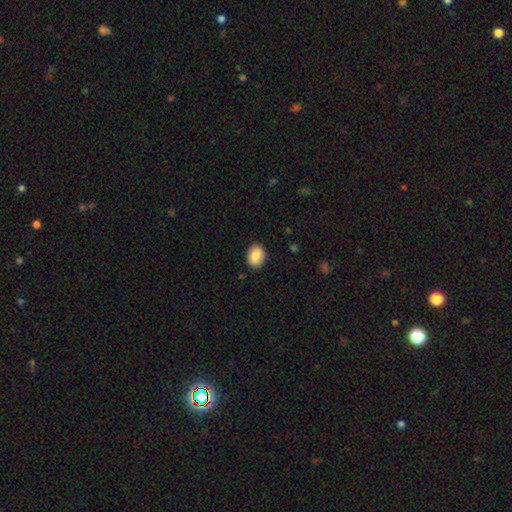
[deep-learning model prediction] smooth 88%, star or artifact 7%, featured or disk 5%. Down the decision tree: how rounded — in between (69%); merging — none (88%).